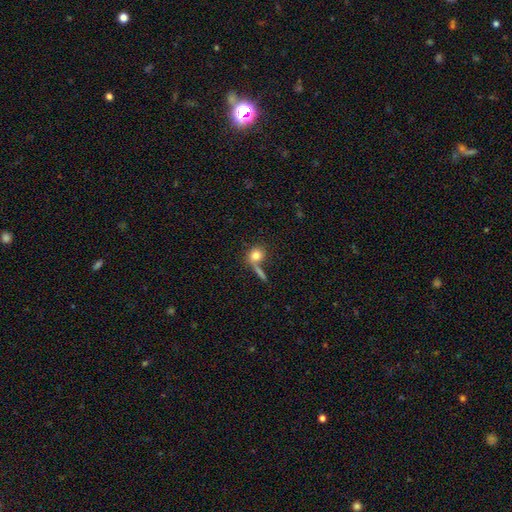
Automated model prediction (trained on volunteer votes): This appears to be a smooth galaxy with no disk features (79%) that is round (72%). Merging: none (53%).